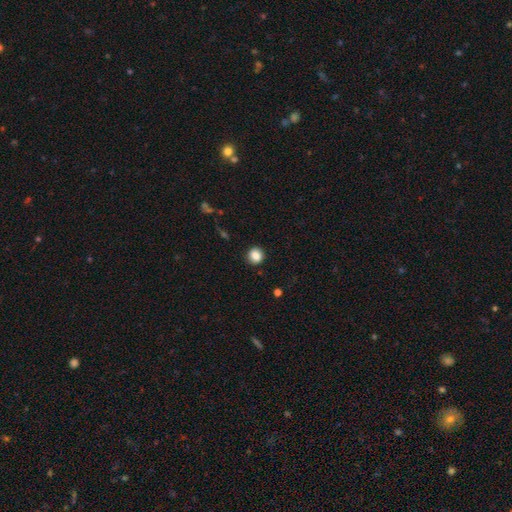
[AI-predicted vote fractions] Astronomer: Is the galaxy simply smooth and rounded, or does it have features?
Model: smooth — 85%.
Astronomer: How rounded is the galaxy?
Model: round — 87%.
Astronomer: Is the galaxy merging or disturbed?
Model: none — 91%.